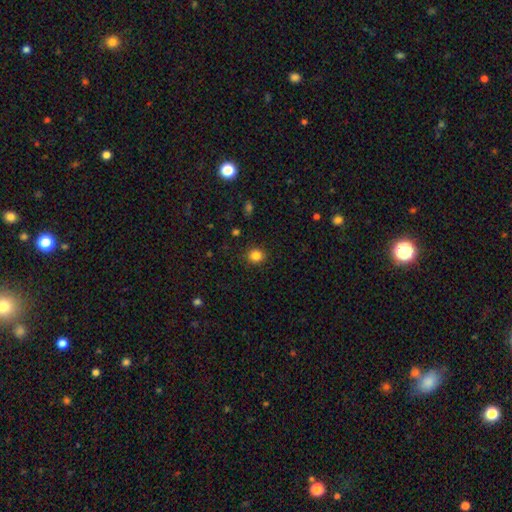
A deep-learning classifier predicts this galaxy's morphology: smooth_or_featured: smooth (p=0.84) [alt: star or artifact p=0.12]
how_rounded: round (p=0.88) [alt: in between p=0.11]
merging: none (p=0.90) [alt: minor disturbance p=0.07]